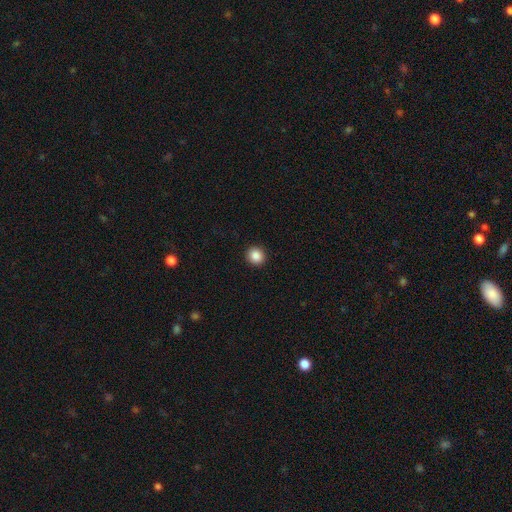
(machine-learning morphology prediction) smooth_or_featured: smooth (p=0.88) [alt: star or artifact p=0.09]
how_rounded: round (p=0.89) [alt: in between p=0.10]
merging: none (p=0.93) [alt: minor disturbance p=0.05]